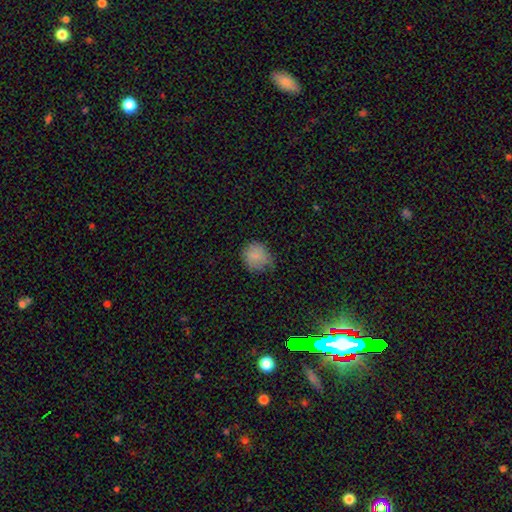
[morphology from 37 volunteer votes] type=smooth (76%); roundness=round (86%); merging=none (74%).